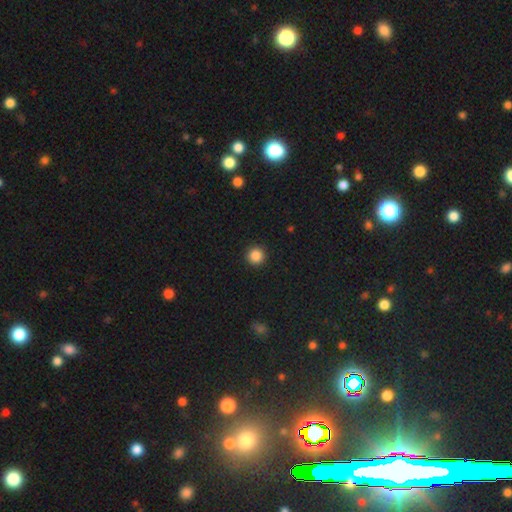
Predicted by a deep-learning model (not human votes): Smooth or featured? Predicted: smooth (p=0.87). How rounded? Predicted: round (p=0.96). Merging? Predicted: none (p=0.93).